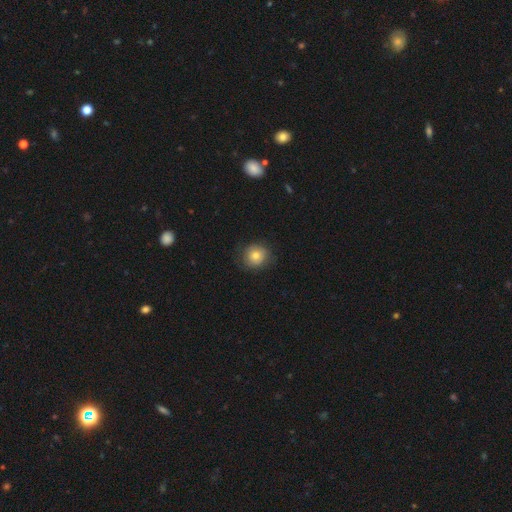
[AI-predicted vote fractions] smooth 72%, featured or disk 19%, star or artifact 9%. Down the decision tree: how rounded — round (86%); merging — none (78%).